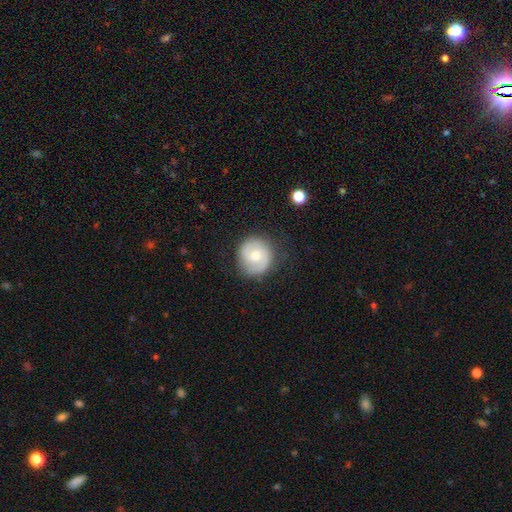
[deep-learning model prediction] Smooth or featured?
  - featured or disk: 63% *
  - smooth: 31%
  - star or artifact: 6%
Edge-on disk?
  - no: 98% *
  - yes: 2%
Bar?
  - no: 59% *
  - weak: 35%
  - strong: 6%
Spiral arms?
  - yes: 86% *
  - no: 14%
Spiral winding?
  - medium: 44% *
  - tight: 40%
  - loose: 16%
Spiral arm count?
  - 2: 84% *
  - can't tell: 8%
  - 1: 4%
  - 3: 2%
  - 4: 1%
  - more than 4: 1%
Bulge size?
  - moderate: 66% *
  - small: 27%
  - large: 4%
  - none: 1%
  - dominant: 1%
Merging?
  - none: 81% *
  - minor disturbance: 14%
  - major disturbance: 4%
  - merger: 1%